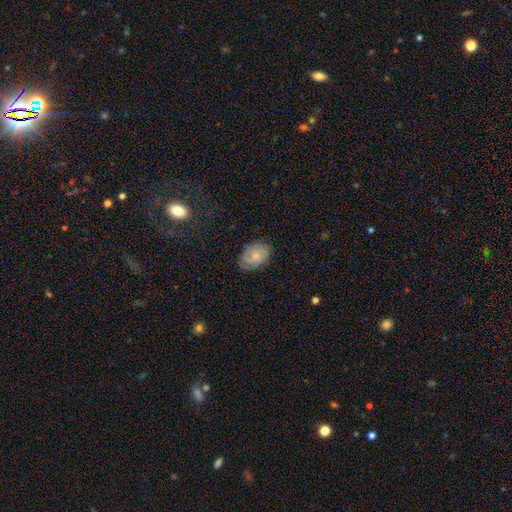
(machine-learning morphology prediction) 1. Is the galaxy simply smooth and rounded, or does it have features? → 62% smooth, 29% featured or disk, 8% star or artifact.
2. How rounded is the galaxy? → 78% in between, 21% round, 1% cigar-shaped.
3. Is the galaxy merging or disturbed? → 76% none, 18% minor disturbance, 4% major disturbance, 1% merger.